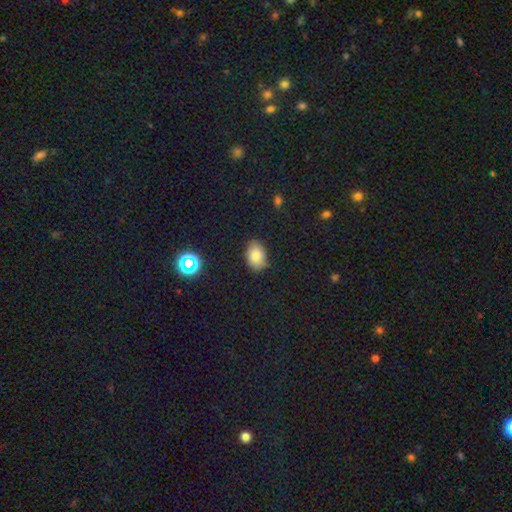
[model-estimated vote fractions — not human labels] Q: Smooth or featured?
A: smooth (79%); runner-up: star or artifact (12%)
Q: How rounded?
A: in between (83%); runner-up: round (15%)
Q: Merging?
A: none (82%); runner-up: minor disturbance (14%)